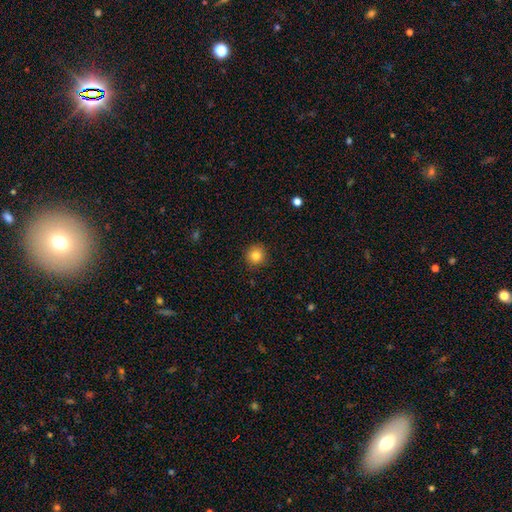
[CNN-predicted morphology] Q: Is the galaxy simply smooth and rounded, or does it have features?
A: smooth — 84%.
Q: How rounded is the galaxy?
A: round — 92%.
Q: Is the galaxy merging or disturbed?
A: none — 90%.